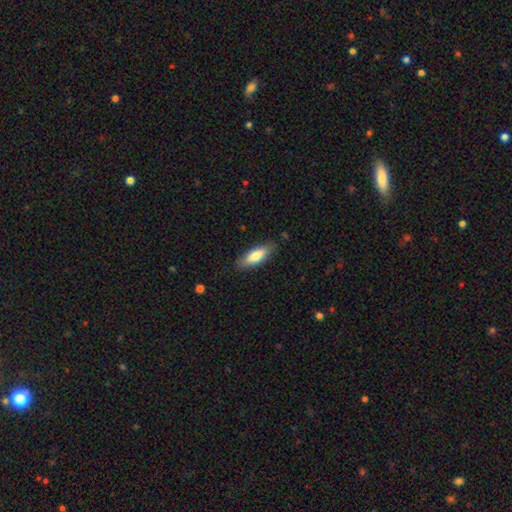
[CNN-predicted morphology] Smooth or featured? smooth (79%)
How rounded? in between (64%)
Merging? none (84%)